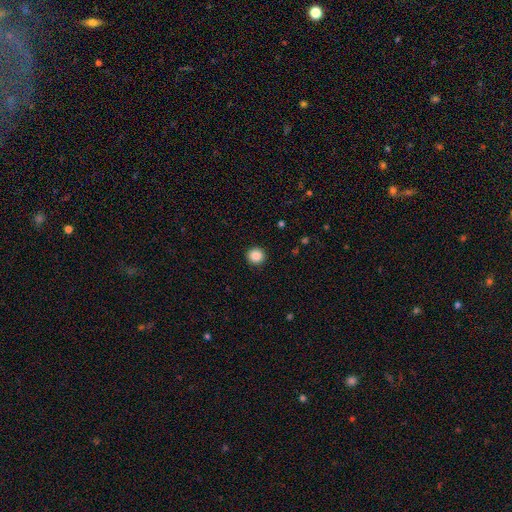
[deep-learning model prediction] A smooth galaxy with no disk features (88%) that is round (94%).

Vote fractions:
- Smooth or featured? smooth: 88% / star or artifact: 10% / featured or disk: 3%
- How rounded? round: 94% / in between: 5% / cigar-shaped: 1%
- Merging? none: 93% / minor disturbance: 4% / major disturbance: 2% / merger: 1%